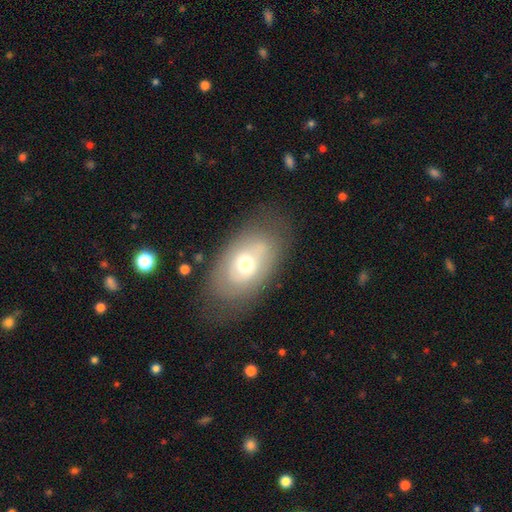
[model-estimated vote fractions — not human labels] The model was most divided on "smooth or featured": smooth: 46%, featured or disk: 45%, star or artifact: 10%. More confident: merging — none (79%).